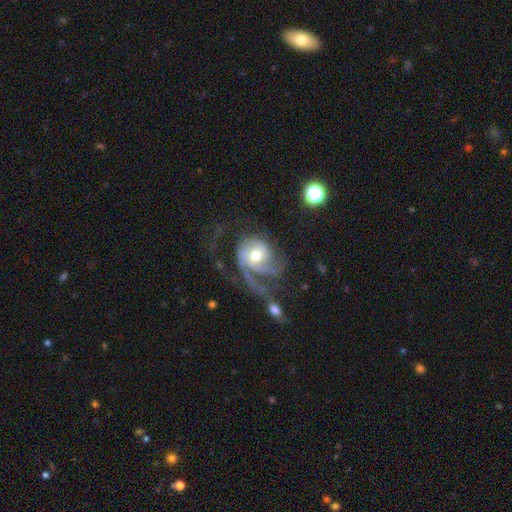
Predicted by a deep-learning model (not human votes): smooth-or-featured: featured or disk: 75% | smooth: 18% | star or artifact: 6%
  disk-edge-on: no: 97% | yes: 3%
    bar: no: 71% | weak: 23% | strong: 6%
    has-spiral-arms: yes: 88% | no: 12%
      spiral-winding: medium: 37% | loose: 36% | tight: 27%
      spiral-arm-count: 2: 31% | 1: 30% | can't tell: 18% | 3: 13% | 4: 4% | more than 4: 4%
    bulge-size: moderate: 71% | small: 17% | large: 9% | dominant: 1% | none: 1%
  merging: major disturbance: 45% | none: 28% | minor disturbance: 14% | merger: 13%